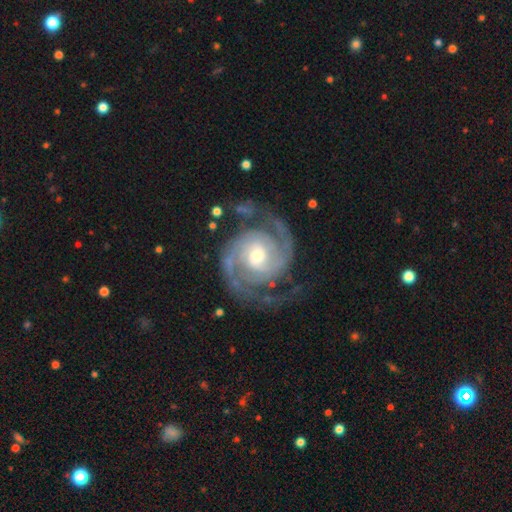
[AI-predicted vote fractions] Smooth or featured? featured or disk (93%)
Edge-on disk? no (98%)
Bar? no (56%)
Spiral arms? yes (99%)
Spiral winding? tight (50%)
Spiral arm count? 2 (90%)
Bulge size? moderate (67%)
Merging? none (76%)